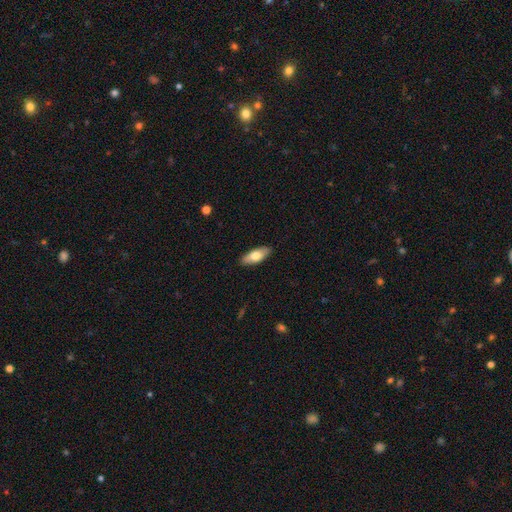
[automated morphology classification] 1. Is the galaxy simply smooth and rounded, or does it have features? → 73% smooth, 22% featured or disk, 6% star or artifact.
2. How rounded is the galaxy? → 75% in between, 23% cigar-shaped, 2% round.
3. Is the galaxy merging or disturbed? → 89% none, 8% minor disturbance, 2% major disturbance, 1% merger.